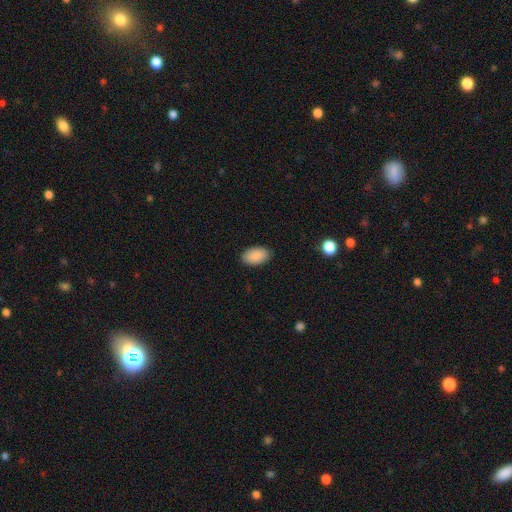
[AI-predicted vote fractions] smooth_or_featured: smooth (p=0.90) [alt: star or artifact p=0.07]
how_rounded: in between (p=0.94) [alt: round p=0.05]
merging: none (p=0.88) [alt: minor disturbance p=0.09]